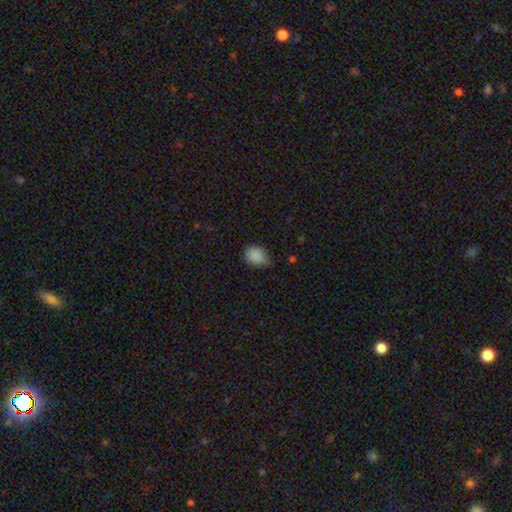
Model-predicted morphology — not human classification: This appears to be a smooth galaxy with no disk features (86%) that is in between round and cigar-shaped (52%). Merging: none (52%).